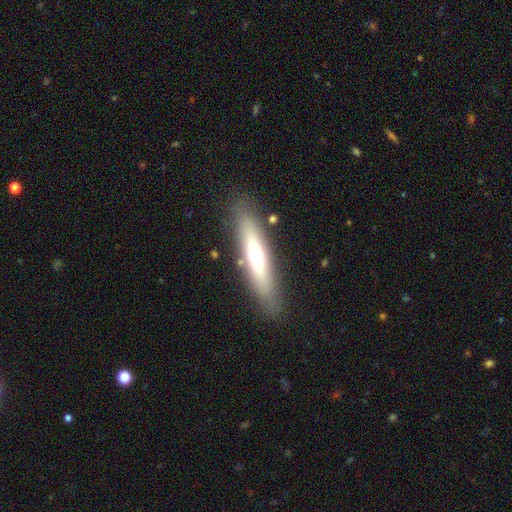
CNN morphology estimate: Smooth or featured? Predicted: smooth (p=0.49). Merging? Predicted: none (p=0.83).